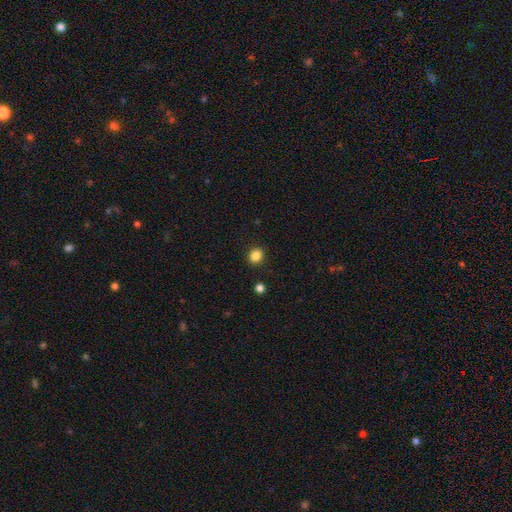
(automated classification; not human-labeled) A smooth galaxy with no disk features (85%) that is round (77%).

Vote fractions:
- Smooth or featured? smooth: 85% / star or artifact: 11% / featured or disk: 4%
- How rounded? round: 77% / in between: 22% / cigar-shaped: 1%
- Merging? none: 91% / minor disturbance: 6% / major disturbance: 2% / merger: 1%